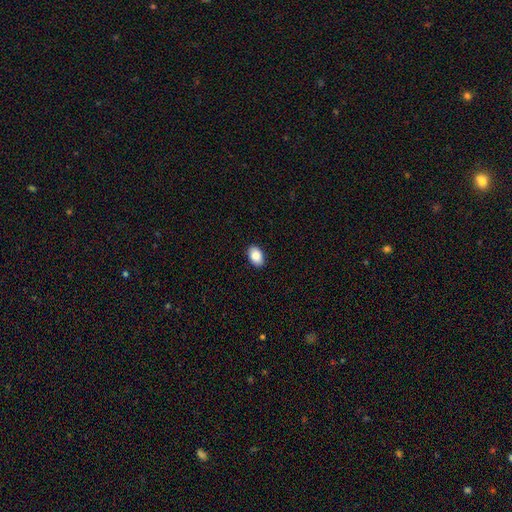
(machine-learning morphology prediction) The model was most divided on "how rounded": in between: 88%, round: 11%, cigar-shaped: 1%. More confident: merging — none (90%); smooth or featured — smooth (87%).